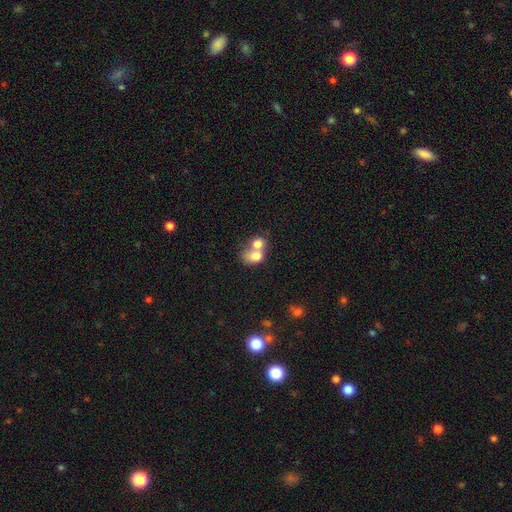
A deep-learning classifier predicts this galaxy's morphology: Overall: smooth (73%). How rounded: in between (61%; round 38%). Merging: merger (74%).